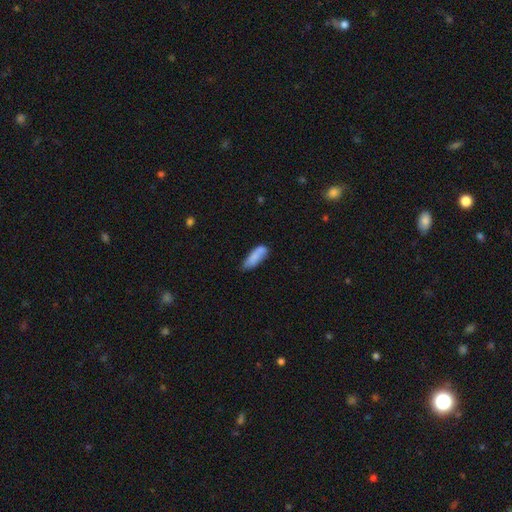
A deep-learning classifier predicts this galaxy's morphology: Smooth or featured: smooth — 81% (featured or disk — 12%)
How rounded: in between — 60% (cigar-shaped — 38%)
Merging: none — 55% (minor disturbance — 30%)